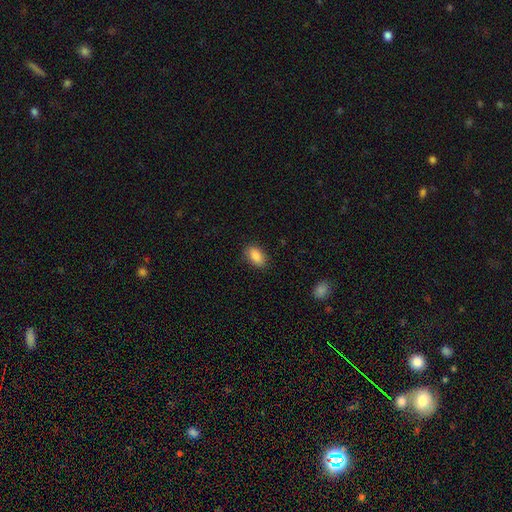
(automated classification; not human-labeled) A smooth galaxy with no disk features (88%) that is in between round and cigar-shaped (91%). Merging: none (86%).